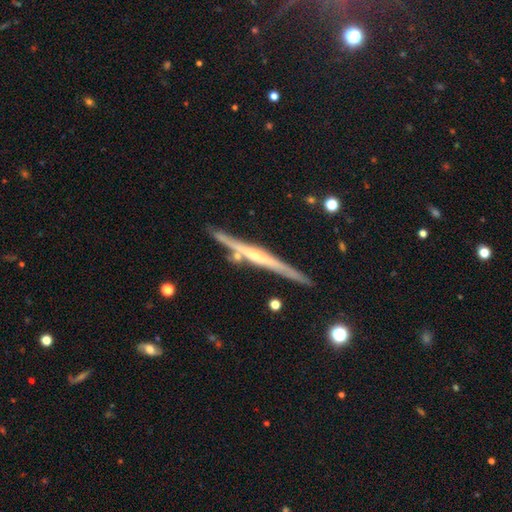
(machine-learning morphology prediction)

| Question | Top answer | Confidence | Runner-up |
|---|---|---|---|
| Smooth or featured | featured or disk | 75% | smooth (19%) |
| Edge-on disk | yes | 97% | no (3%) |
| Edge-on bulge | rounded | 62% | none (29%) |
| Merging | none | 82% | minor disturbance (11%) |